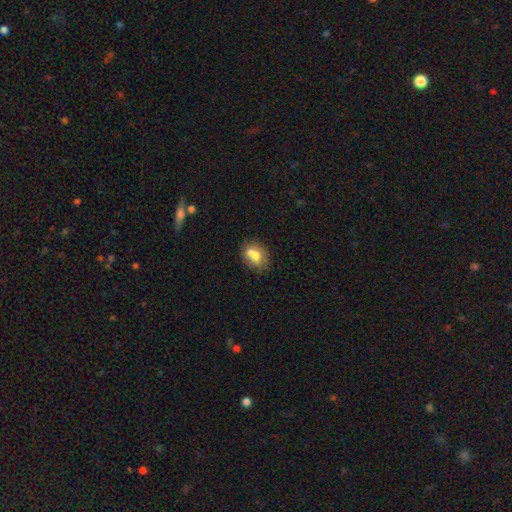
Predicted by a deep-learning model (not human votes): Morphology: type=smooth (69%); roundness=in between (68%); merging=none (41%).